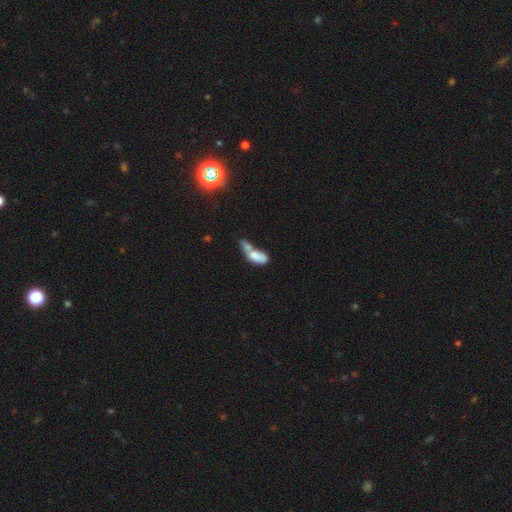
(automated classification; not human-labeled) Q: Smooth or featured?
A: smooth (66%); runner-up: featured or disk (25%)
Q: How rounded?
A: in between (79%); runner-up: cigar-shaped (16%)
Q: Merging?
A: merger (58%); runner-up: none (15%)